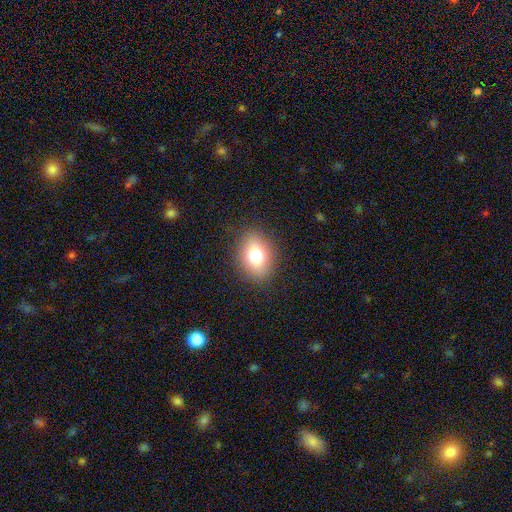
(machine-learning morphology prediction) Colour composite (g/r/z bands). It shows a smooth galaxy with no disk features (77%) that is in between round and cigar-shaped (69%). Merging: none (86%).